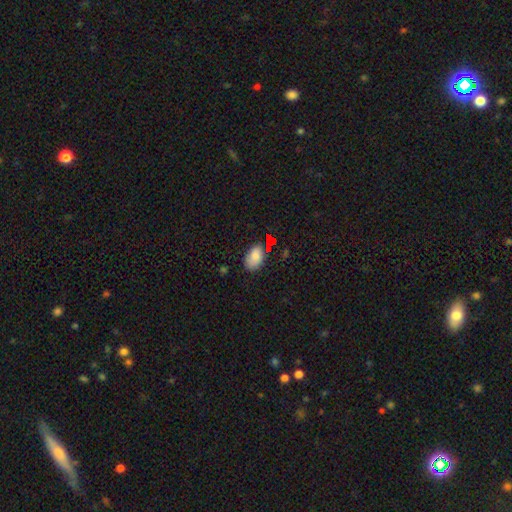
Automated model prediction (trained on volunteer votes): Q: Smooth or featured?
A: smooth (76%); runner-up: star or artifact (14%)
Q: How rounded?
A: in between (90%); runner-up: round (8%)
Q: Merging?
A: none (71%); runner-up: minor disturbance (21%)